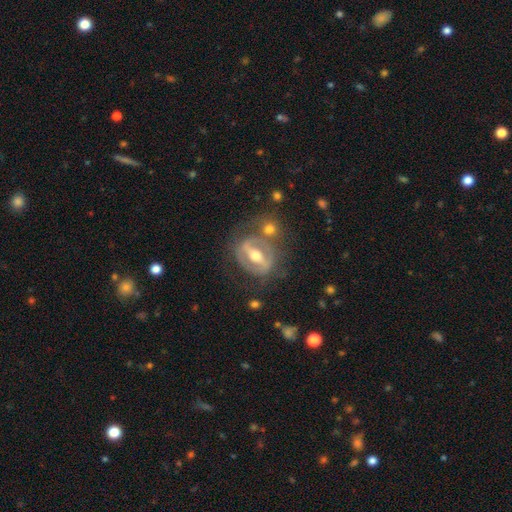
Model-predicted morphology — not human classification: Overall: featured or disk (77%). Edge-on disk: no (88%). Bar: strong (69%). Spiral arms: no (57%; yes 43%). Bulge size: moderate (75%). Merging: none (62%).